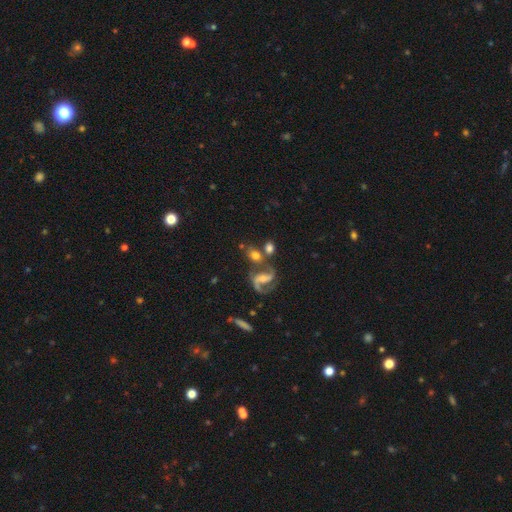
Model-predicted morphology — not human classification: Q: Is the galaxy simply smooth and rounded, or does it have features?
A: featured or disk — 45%, tied with smooth.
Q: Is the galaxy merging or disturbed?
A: none — 53%.